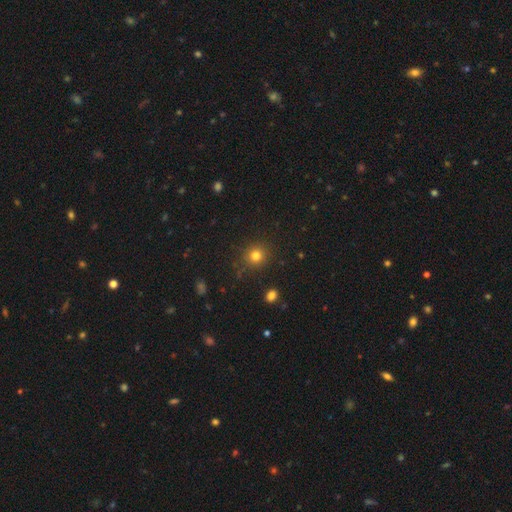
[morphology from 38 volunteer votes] Q: Smooth or featured?
A: smooth (87%); runner-up: star or artifact (8%)
Q: How rounded?
A: round (94%); runner-up: in between (6%)
Q: Merging?
A: none (89%); runner-up: minor disturbance (6%)